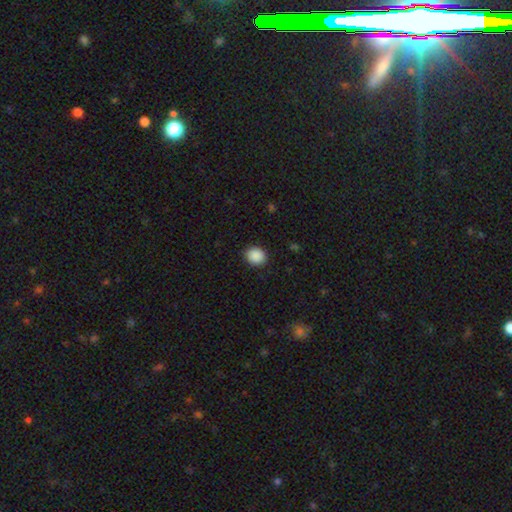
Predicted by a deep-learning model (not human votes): The model was most divided on "how rounded": round: 70%, in between: 29%, cigar-shaped: 1%. More confident: merging — none (90%); smooth or featured — smooth (90%).